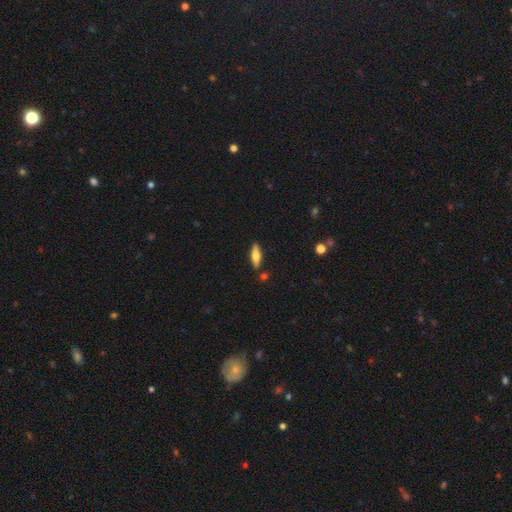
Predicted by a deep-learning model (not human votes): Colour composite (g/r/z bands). It shows a smooth galaxy with no disk features (54%) that is cigar-shaped (50%). Merging: none (86%).